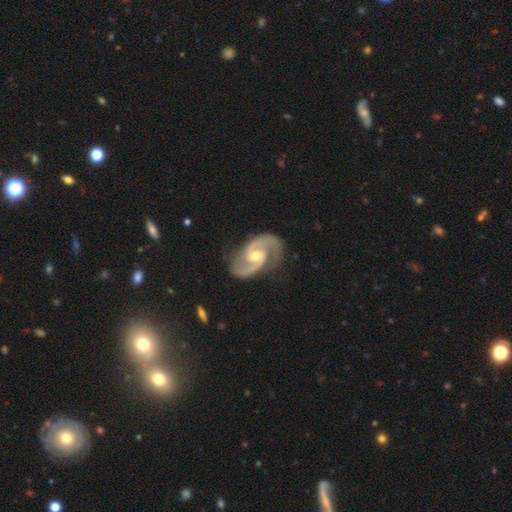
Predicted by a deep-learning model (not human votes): Morphology: type=featured or disk (94%); edge-on=no (98%); bar=no (46%); spiral arms=yes (98%); winding=medium (63%); arm count=2 (94%); bulge=moderate (63%); merging=none (80%).